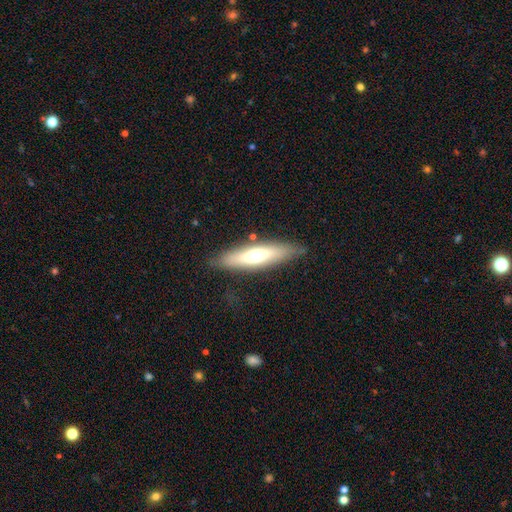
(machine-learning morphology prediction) The model was most divided on "smooth or featured": smooth: 54%, featured or disk: 40%, star or artifact: 6%. More confident: merging — none (82%); how rounded — cigar-shaped (70%).